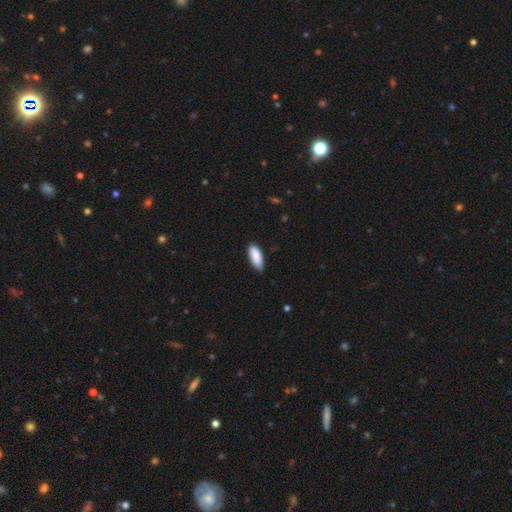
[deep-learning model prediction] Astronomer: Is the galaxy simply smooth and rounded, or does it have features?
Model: smooth — 89%.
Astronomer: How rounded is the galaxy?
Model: in between — 76%.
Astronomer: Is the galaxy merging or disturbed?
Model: none — 75%.